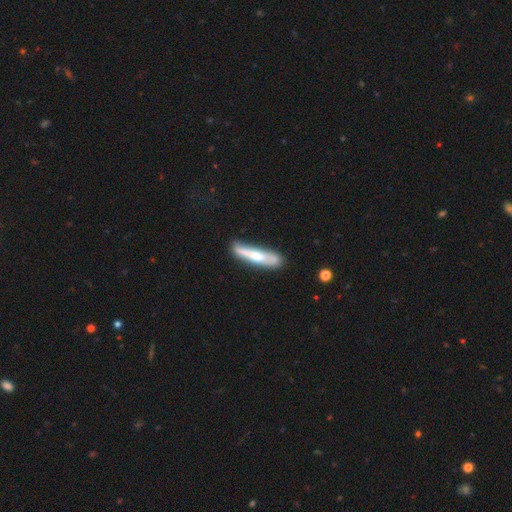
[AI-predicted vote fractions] Smooth or featured?
  - smooth: 53% *
  - featured or disk: 41%
  - star or artifact: 5%
How rounded?
  - cigar-shaped: 85% *
  - in between: 14%
  - round: 2%
Merging?
  - none: 72% *
  - minor disturbance: 19%
  - major disturbance: 4%
  - merger: 4%